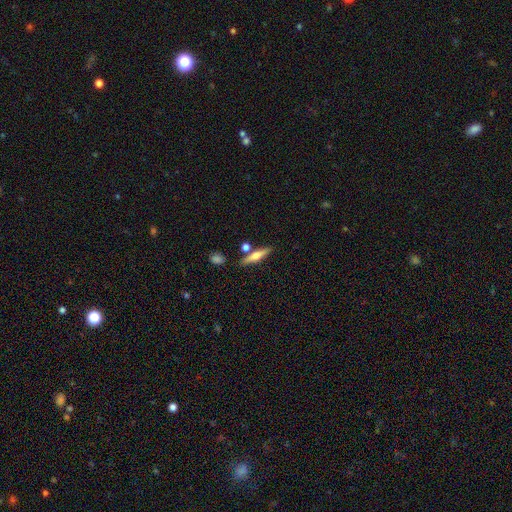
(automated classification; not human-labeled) Morphology: type=featured or disk (53%); edge-on=yes (95%); edge-on bulge=rounded (93%); merging=none (78%).